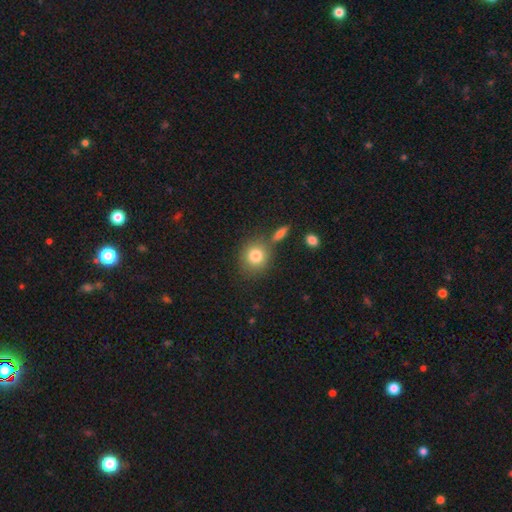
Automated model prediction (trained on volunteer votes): Smooth or featured: smooth — 81% (star or artifact — 10%)
How rounded: round — 82% (in between — 17%)
Merging: none — 72% (merger — 13%)